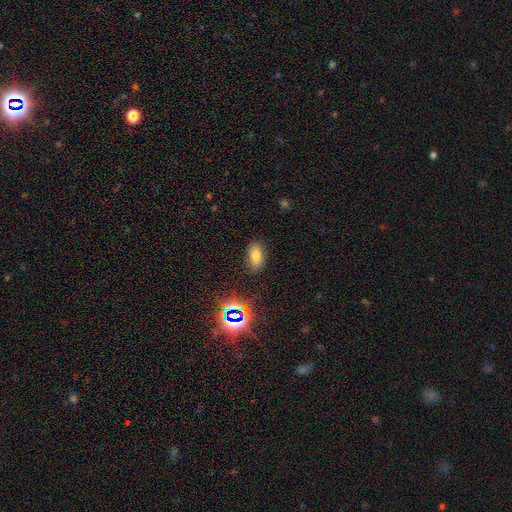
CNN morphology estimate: The model was most divided on "smooth or featured": smooth: 70%, star or artifact: 21%, featured or disk: 10%. More confident: how rounded — in between (89%); merging — none (86%).